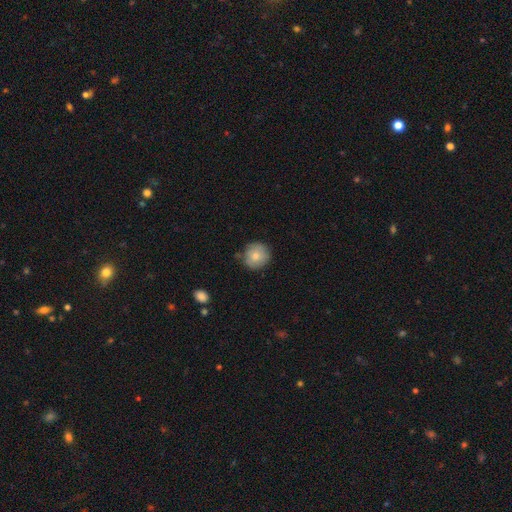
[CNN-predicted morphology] The model was most divided on "smooth or featured": smooth: 78%, featured or disk: 14%, star or artifact: 8%. More confident: how rounded — round (92%); merging — none (79%).